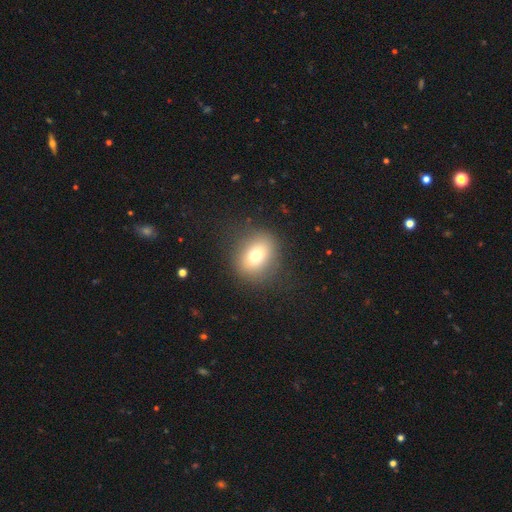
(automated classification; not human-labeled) Smooth or featured: smooth — 72% (featured or disk — 16%)
How rounded: round — 60% (in between — 39%)
Merging: none — 84% (minor disturbance — 10%)